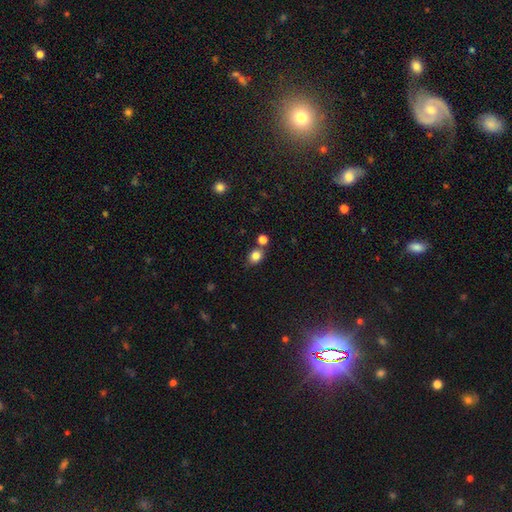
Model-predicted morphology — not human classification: Q: Smooth or featured?
A: smooth (82%); runner-up: star or artifact (12%)
Q: How rounded?
A: round (56%); runner-up: in between (43%)
Q: Merging?
A: none (70%); runner-up: merger (16%)